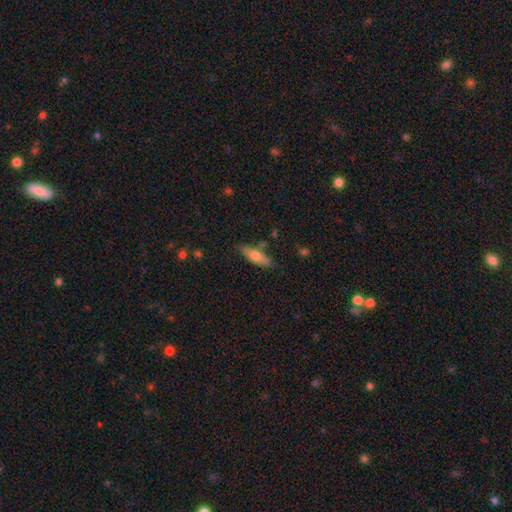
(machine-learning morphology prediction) A smooth galaxy with no disk features (61%) that is cigar-shaped (60%). Merging: none (78%).